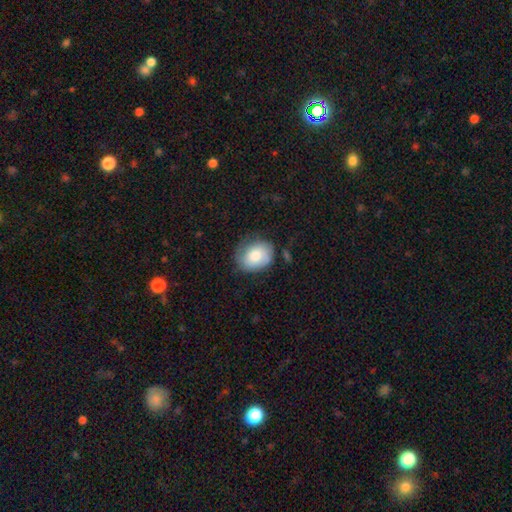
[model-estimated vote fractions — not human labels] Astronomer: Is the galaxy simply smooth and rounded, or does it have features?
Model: smooth — 71%.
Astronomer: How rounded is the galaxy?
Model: in between — 51% (runner-up: round, 48%).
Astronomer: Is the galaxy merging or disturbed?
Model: none — 66%.